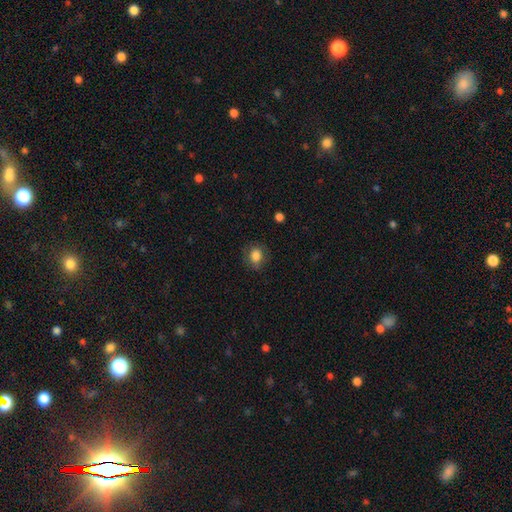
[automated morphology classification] Smooth or featured? Predicted: smooth (p=0.83). How rounded? Predicted: round (p=0.56). Merging? Predicted: none (p=0.79).